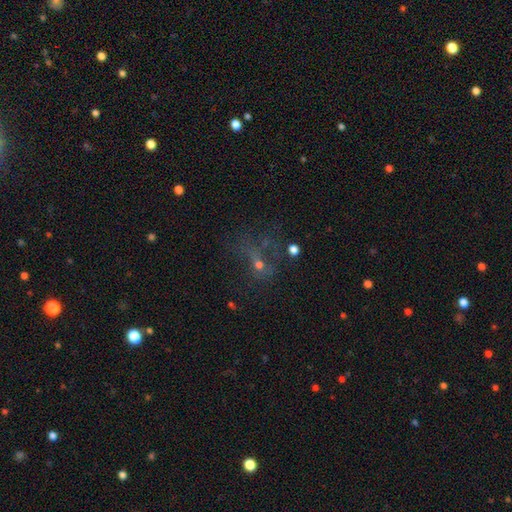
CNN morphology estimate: Smooth or featured? star or artifact (46%)